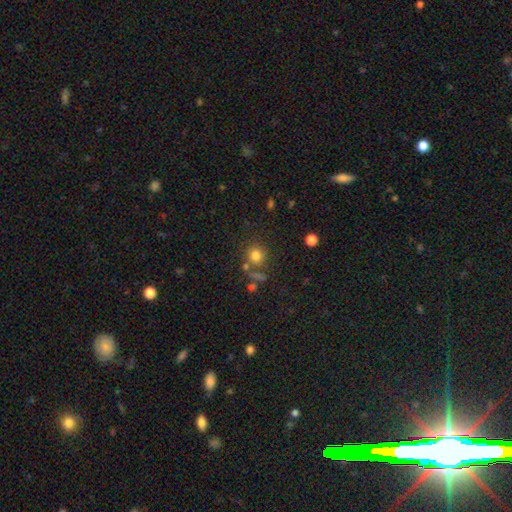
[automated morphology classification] smooth-or-featured: smooth: 79% | star or artifact: 13% | featured or disk: 8%
  how-rounded: round: 87% | in between: 12% | cigar-shaped: 1%
  merging: none: 68% | merger: 14% | minor disturbance: 12% | major disturbance: 6%